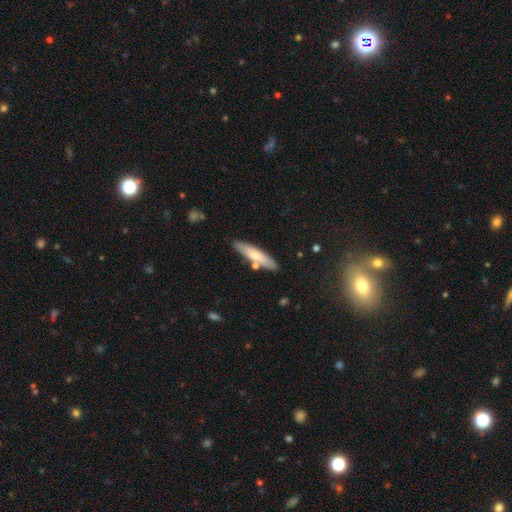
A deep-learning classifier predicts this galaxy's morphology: Smooth or featured?
  - smooth: 68% *
  - featured or disk: 26%
  - star or artifact: 6%
How rounded?
  - cigar-shaped: 82% *
  - in between: 17%
  - round: 2%
Merging?
  - none: 81% *
  - minor disturbance: 10%
  - merger: 6%
  - major disturbance: 2%